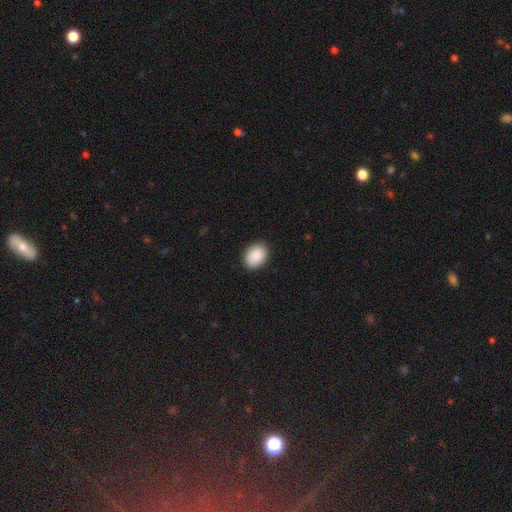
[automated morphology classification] The model was most divided on "how rounded": in between: 73%, round: 26%, cigar-shaped: 1%. More confident: smooth or featured — smooth (90%); merging — none (89%).